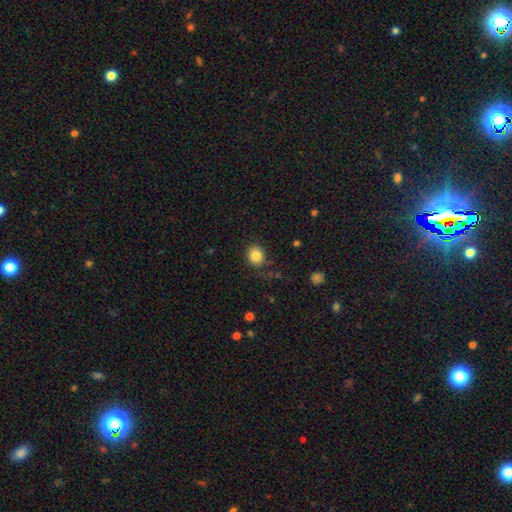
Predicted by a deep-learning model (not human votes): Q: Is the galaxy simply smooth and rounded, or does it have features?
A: smooth — 84%.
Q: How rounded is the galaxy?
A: round — 80%.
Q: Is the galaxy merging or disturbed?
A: none — 84%.